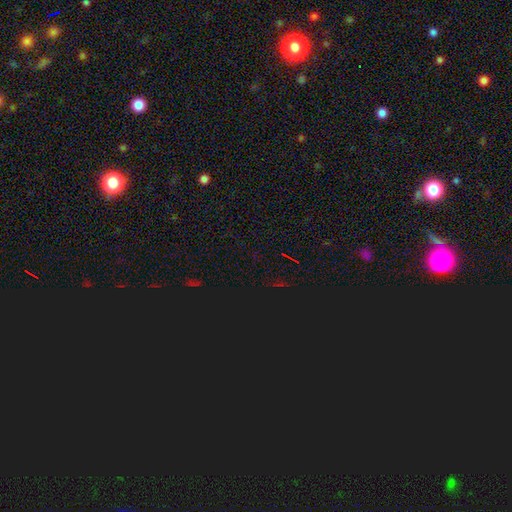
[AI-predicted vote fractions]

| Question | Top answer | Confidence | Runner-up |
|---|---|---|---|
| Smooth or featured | star or artifact | 78% | smooth (14%) |